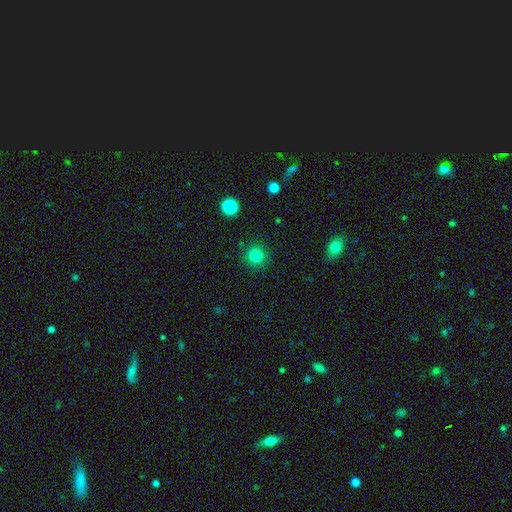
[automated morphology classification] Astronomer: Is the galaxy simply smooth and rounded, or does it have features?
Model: smooth — 83%.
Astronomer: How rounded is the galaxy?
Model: round — 94%.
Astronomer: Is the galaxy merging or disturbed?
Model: none — 89%.